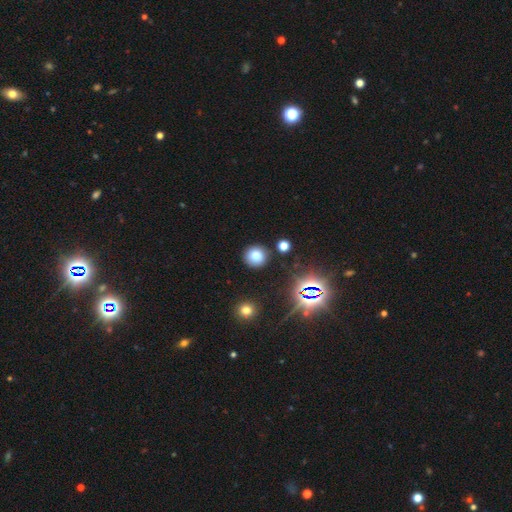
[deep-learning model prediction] Morphology: type=smooth (75%); roundness=round (91%); merging=none (87%).